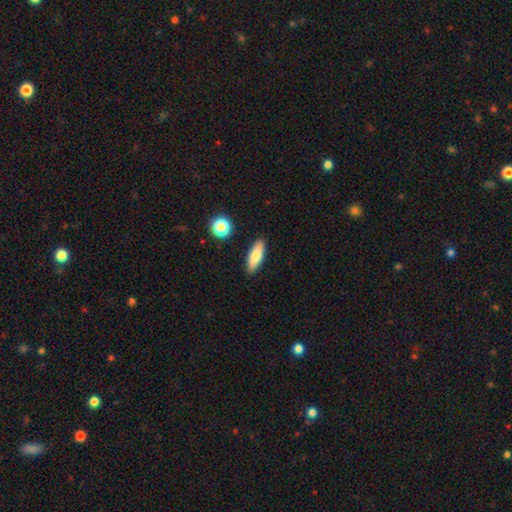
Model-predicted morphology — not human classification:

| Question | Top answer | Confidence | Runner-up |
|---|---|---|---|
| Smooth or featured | smooth | 79% | featured or disk (14%) |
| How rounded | in between | 55% | cigar-shaped (43%) |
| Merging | none | 88% | minor disturbance (8%) |